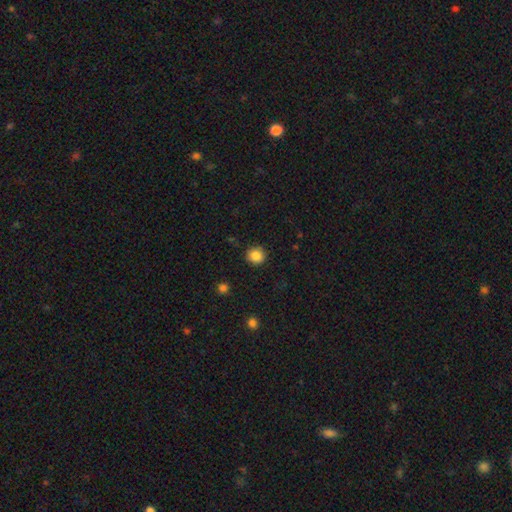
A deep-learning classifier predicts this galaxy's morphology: The model was most divided on "smooth or featured": smooth: 85%, star or artifact: 10%, featured or disk: 5%. More confident: how rounded — round (91%); merging — none (90%).